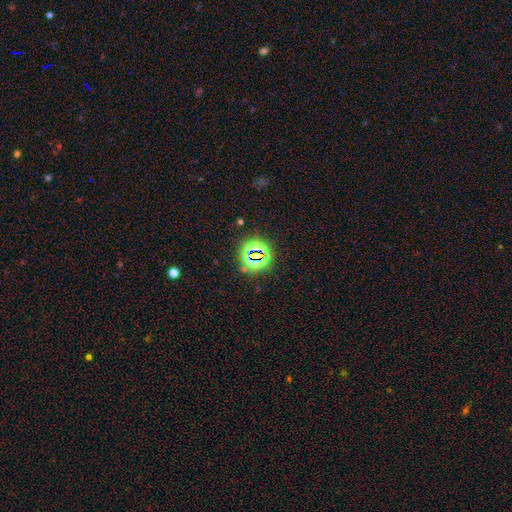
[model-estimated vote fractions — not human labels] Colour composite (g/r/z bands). It shows a star or artifact, not a galaxy (72%).